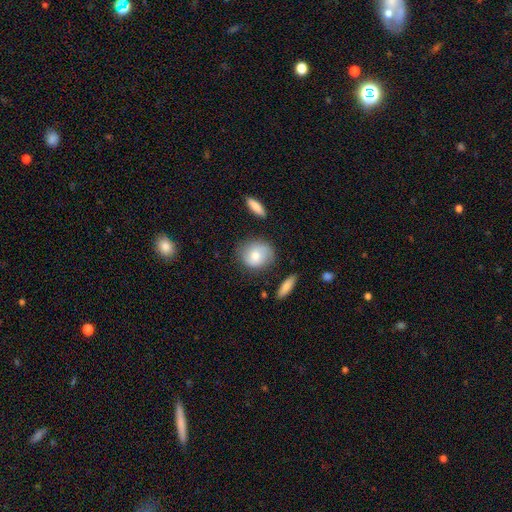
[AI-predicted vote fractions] This is likely a smooth galaxy (70%). How rounded: likely round (62%). Merging: likely none (73%).